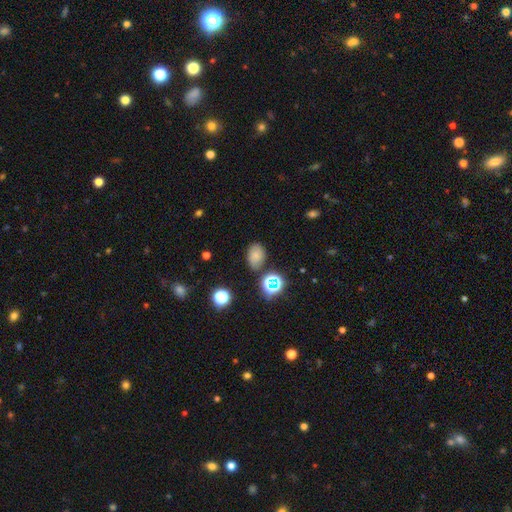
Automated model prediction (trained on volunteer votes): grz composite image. It shows a smooth galaxy with no disk features (66%) that is in between round and cigar-shaped (73%). Merging: none (74%).